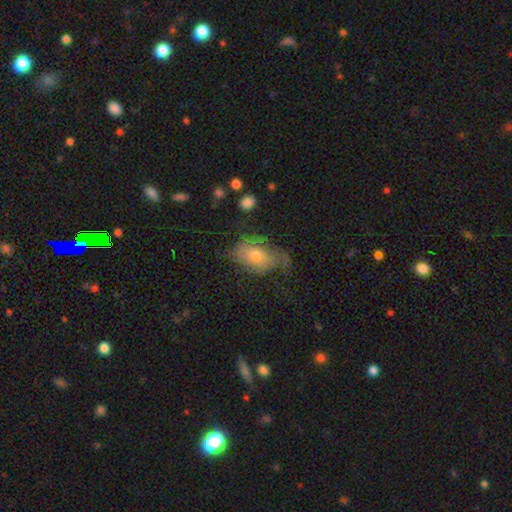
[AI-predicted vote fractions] smooth 50%, featured or disk 41%, star or artifact 9%. Down the decision tree: how rounded — in between (85%); merging — none (38%).